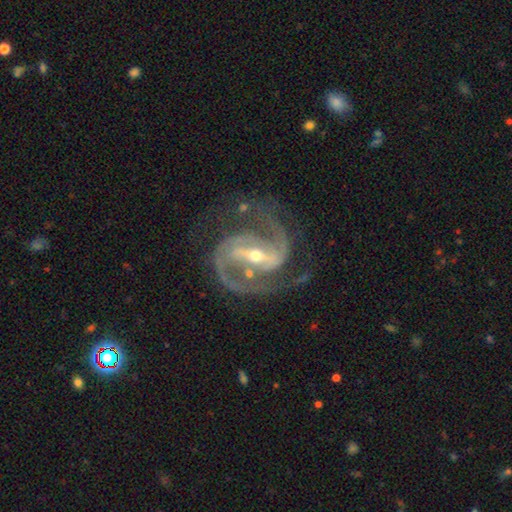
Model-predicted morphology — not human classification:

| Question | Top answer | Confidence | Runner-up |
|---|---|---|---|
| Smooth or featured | featured or disk | 93% | star or artifact (5%) |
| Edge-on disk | no | 98% | yes (2%) |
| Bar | strong | 66% | weak (25%) |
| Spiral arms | yes | 98% | no (2%) |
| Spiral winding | medium | 64% | tight (20%) |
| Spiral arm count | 2 | 89% | 3 (5%) |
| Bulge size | small | 53% | moderate (44%) |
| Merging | none | 70% | minor disturbance (16%) |